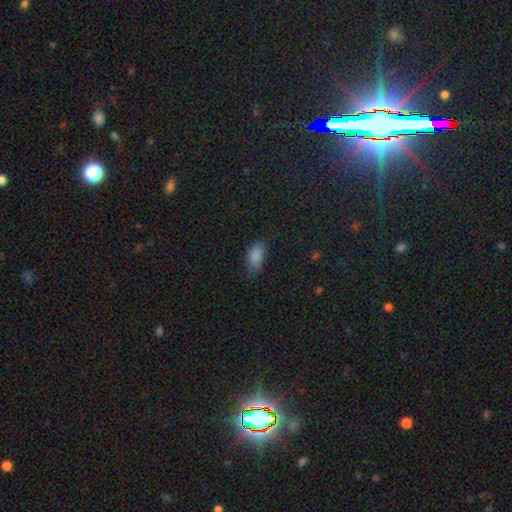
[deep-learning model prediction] A smooth galaxy with no disk features (86%) that is in between round and cigar-shaped (92%). Merging: none (72%).